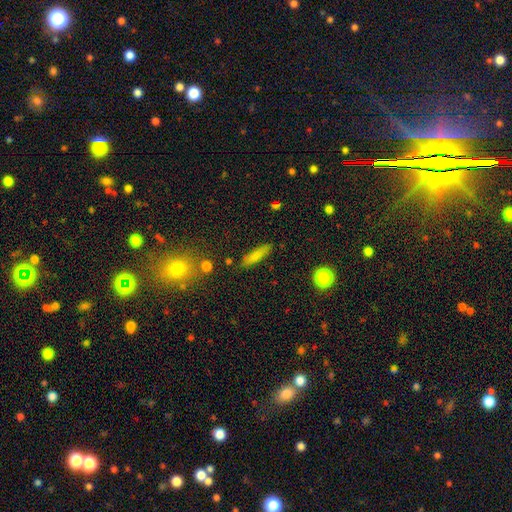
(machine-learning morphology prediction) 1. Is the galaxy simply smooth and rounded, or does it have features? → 77% smooth, 14% featured or disk, 9% star or artifact.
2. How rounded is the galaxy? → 77% cigar-shaped, 20% in between, 3% round.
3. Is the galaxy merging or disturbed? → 84% none, 11% minor disturbance, 3% merger, 3% major disturbance.